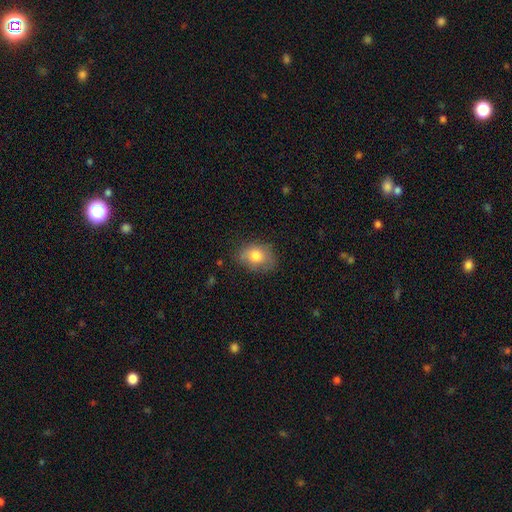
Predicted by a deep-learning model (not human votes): smooth 78%, featured or disk 14%, star or artifact 8%. Down the decision tree: how rounded — in between (63%); merging — none (68%).